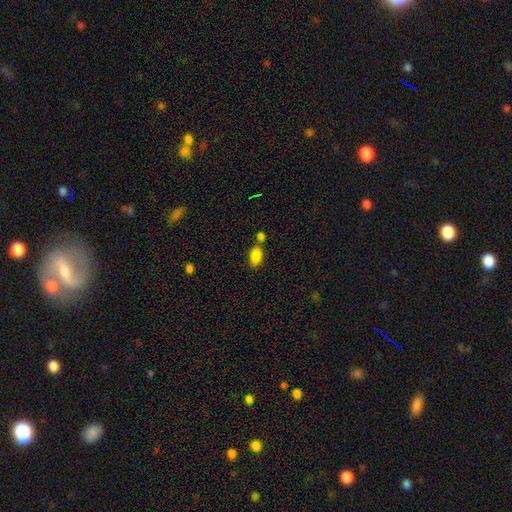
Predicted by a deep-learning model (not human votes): This appears to be a smooth galaxy with no disk features (86%) that is in between round and cigar-shaped (91%). Merging: none (61%).